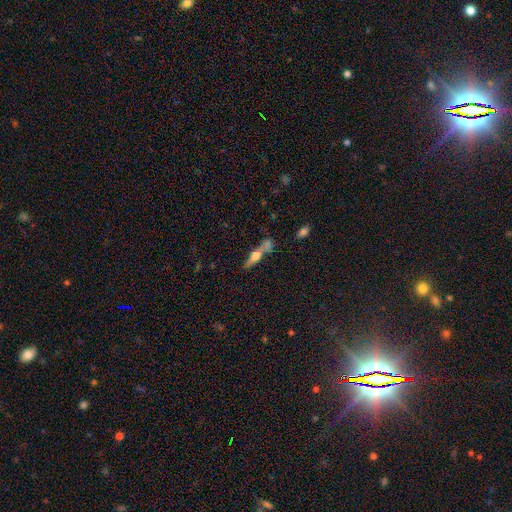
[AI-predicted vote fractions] The model was most divided on "smooth or featured": featured or disk: 54%, smooth: 38%, star or artifact: 8%. More confident: edge-on disk — yes (89%); merging — none (53%).